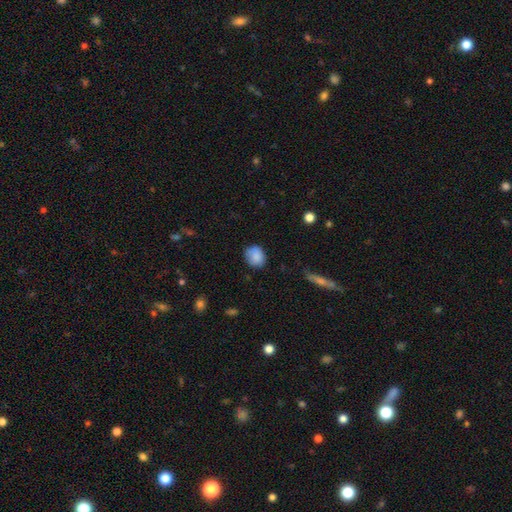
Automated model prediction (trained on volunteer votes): Smooth or featured? Predicted: smooth (p=0.85). How rounded? Predicted: round (p=0.61). Merging? Predicted: none (p=0.73).